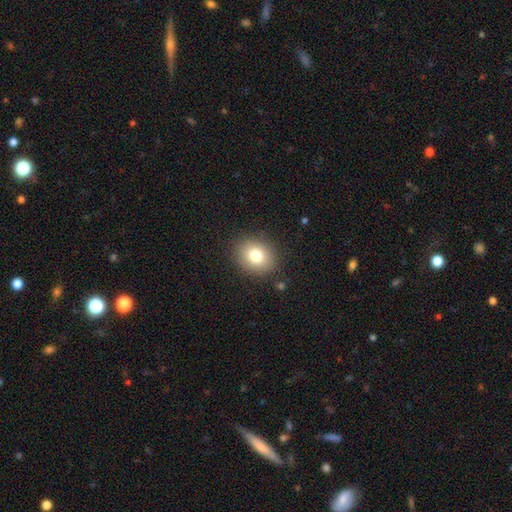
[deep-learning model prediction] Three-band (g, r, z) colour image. It shows a smooth galaxy with no disk features (78%) that is round (60%). Merging: none (87%).